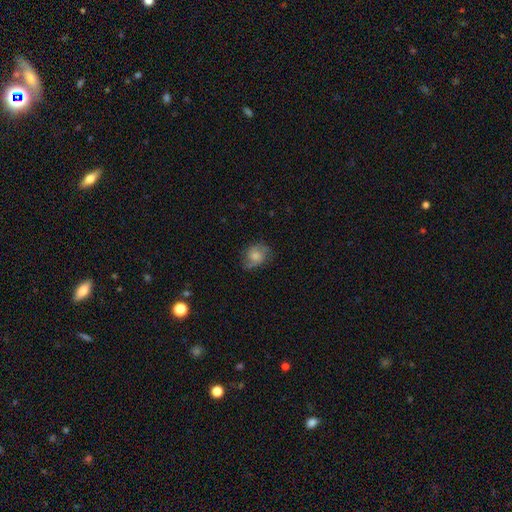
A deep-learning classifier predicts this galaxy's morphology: smooth-or-featured: smooth: 49% | featured or disk: 42% | star or artifact: 9%
  merging: none: 66% | minor disturbance: 23% | major disturbance: 9% | merger: 1%